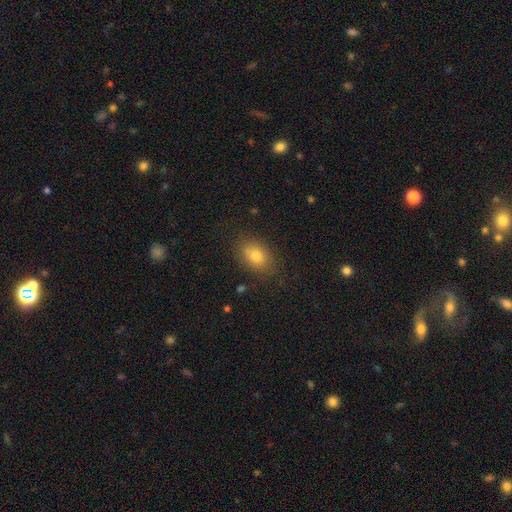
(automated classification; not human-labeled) Smooth or featured: smooth — 78% (featured or disk — 11%)
How rounded: in between — 78% (round — 20%)
Merging: none — 83% (minor disturbance — 12%)